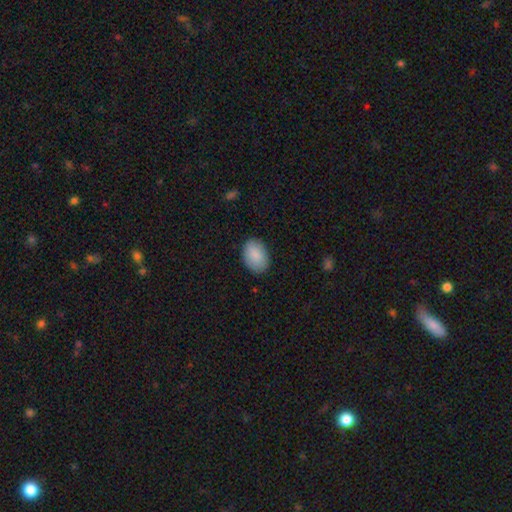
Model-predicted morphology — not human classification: smooth-or-featured: smooth: 89% | star or artifact: 6% | featured or disk: 5%
  how-rounded: in between: 83% | round: 16% | cigar-shaped: 1%
  merging: none: 85% | minor disturbance: 11% | major disturbance: 2% | merger: 1%